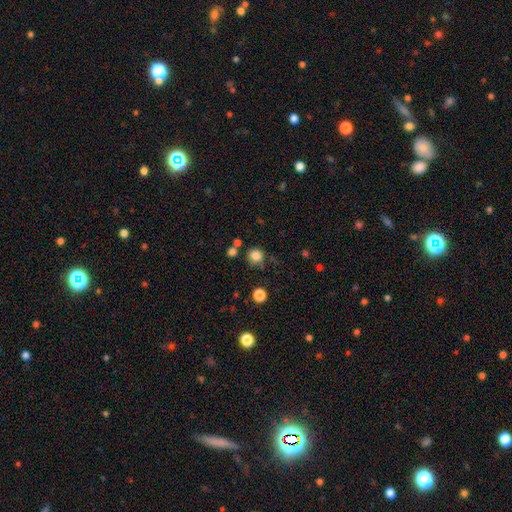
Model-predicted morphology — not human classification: Q: Smooth or featured?
A: smooth (83%); runner-up: star or artifact (12%)
Q: How rounded?
A: round (91%); runner-up: in between (8%)
Q: Merging?
A: none (76%); runner-up: minor disturbance (12%)